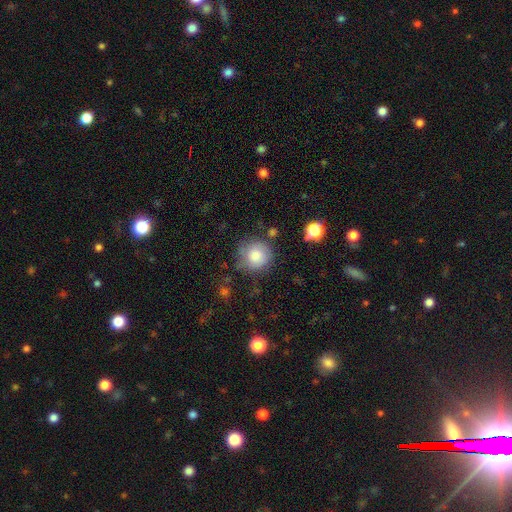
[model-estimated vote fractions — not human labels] smooth_or_featured: smooth (p=0.80) [alt: featured or disk p=0.11]
how_rounded: round (p=0.92) [alt: in between p=0.08]
merging: none (p=0.68) [alt: minor disturbance p=0.20]